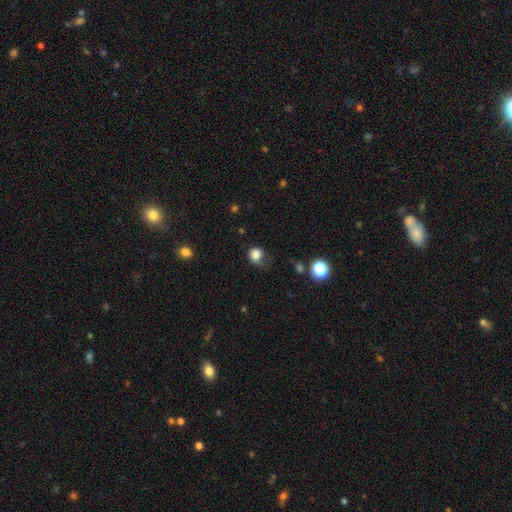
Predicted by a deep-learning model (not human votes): Smooth or featured? Predicted: smooth (p=0.83). How rounded? Predicted: round (p=0.75). Merging? Predicted: none (p=0.52).